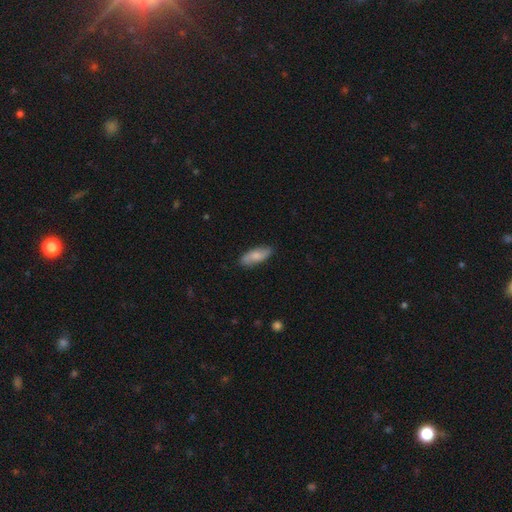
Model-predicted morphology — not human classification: The model was most divided on "smooth or featured": smooth: 71%, featured or disk: 23%, star or artifact: 6%. More confident: merging — none (83%); how rounded — in between (74%).